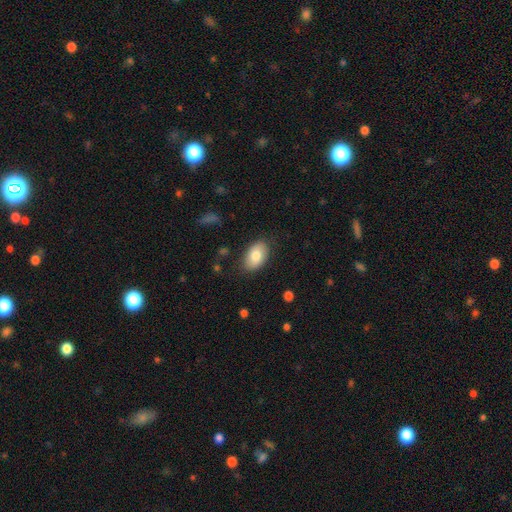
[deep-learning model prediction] smooth-or-featured: smooth: 79% | featured or disk: 15% | star or artifact: 6%
  how-rounded: in between: 92% | round: 7% | cigar-shaped: 1%
  merging: none: 83% | minor disturbance: 13% | major disturbance: 3% | merger: 1%